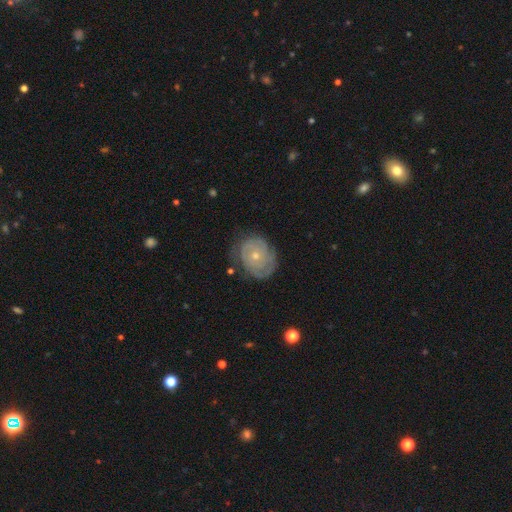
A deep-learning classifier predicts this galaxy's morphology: featured or disk 72%, smooth 21%, star or artifact 6%. Down the decision tree: edge-on disk — no (97%); bar — no (85%); spiral arms — yes (84%); spiral arm count — can't tell (45%); spiral winding — tight (73%); bulge size — small (65%); merging — none (69%).